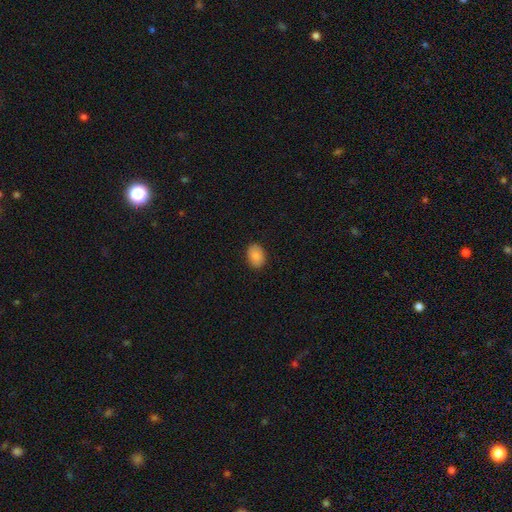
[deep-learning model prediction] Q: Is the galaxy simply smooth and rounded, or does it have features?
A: smooth — 88%.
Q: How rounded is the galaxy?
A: in between — 78%.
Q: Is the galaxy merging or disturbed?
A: none — 88%.